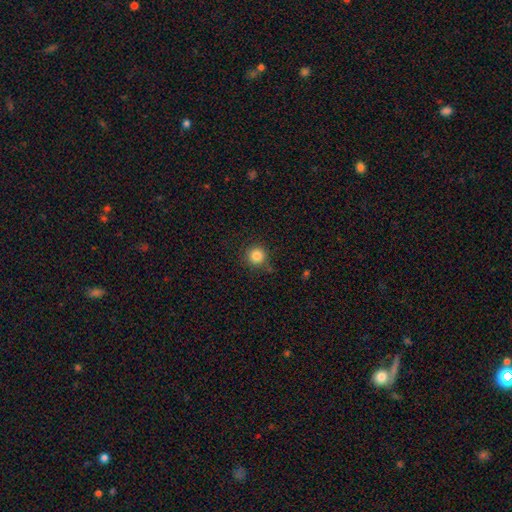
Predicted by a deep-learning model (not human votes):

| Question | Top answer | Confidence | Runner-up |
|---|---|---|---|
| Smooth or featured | smooth | 84% | star or artifact (11%) |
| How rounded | round | 95% | in between (4%) |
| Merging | none | 86% | minor disturbance (9%) |